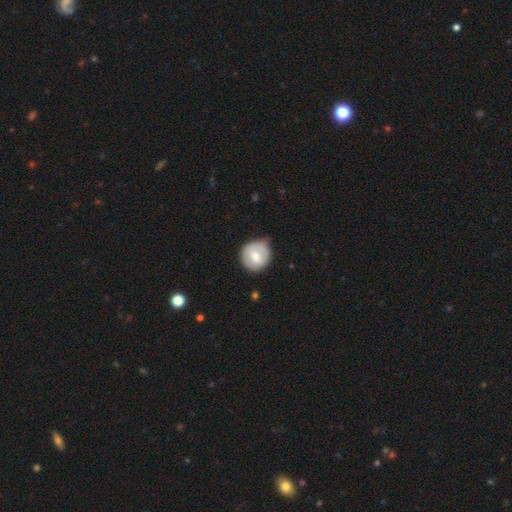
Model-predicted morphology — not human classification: Q: Smooth or featured?
A: smooth (64%); runner-up: featured or disk (30%)
Q: How rounded?
A: round (88%); runner-up: in between (11%)
Q: Merging?
A: none (69%); runner-up: minor disturbance (24%)